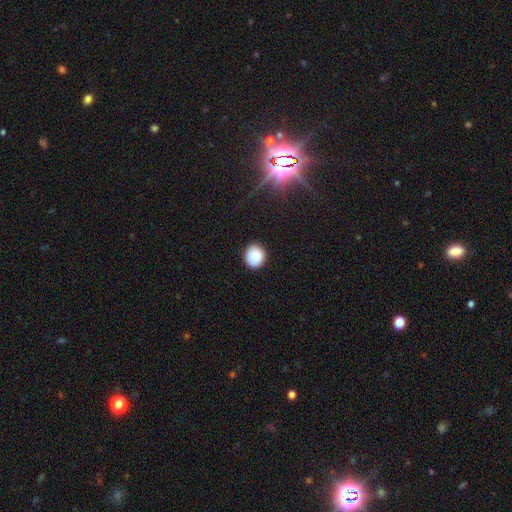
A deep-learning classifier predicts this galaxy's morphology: A smooth galaxy with no disk features (85%) that is round (83%). Merging: none (87%).